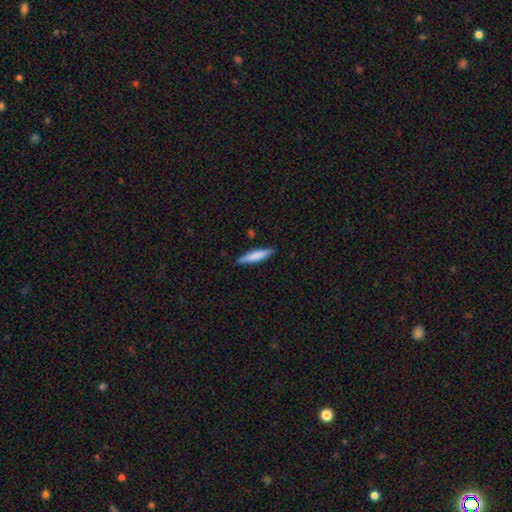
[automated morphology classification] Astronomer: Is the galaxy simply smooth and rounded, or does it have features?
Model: smooth — 77%.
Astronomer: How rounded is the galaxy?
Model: cigar-shaped — 85%.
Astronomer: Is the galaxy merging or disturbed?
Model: none — 88%.